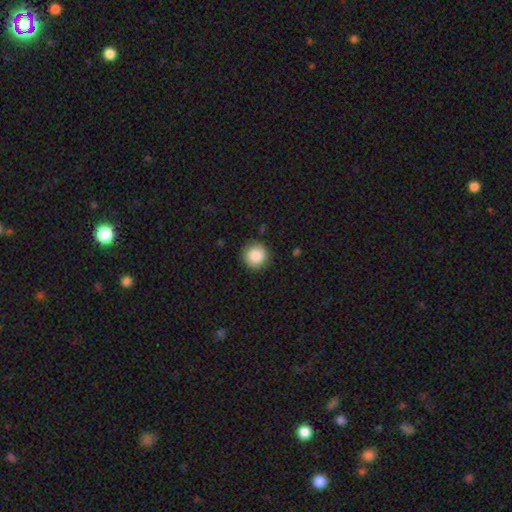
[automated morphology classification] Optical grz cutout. It shows a smooth galaxy with no disk features (86%) that is round (94%). Merging: none (87%).